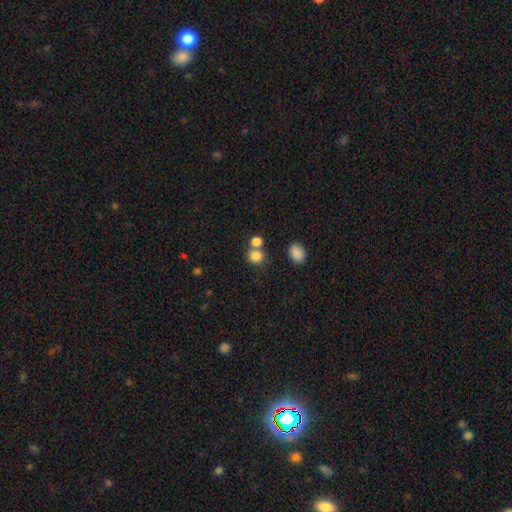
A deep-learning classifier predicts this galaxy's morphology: This is clearly a smooth galaxy (82%). How rounded: likely round (74%). Merging: possibly none (52%).